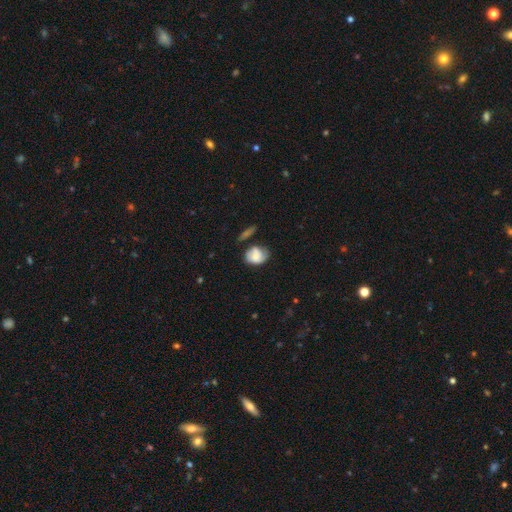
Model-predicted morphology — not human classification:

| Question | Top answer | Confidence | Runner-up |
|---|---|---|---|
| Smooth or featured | smooth | 61% | featured or disk (30%) |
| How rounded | in between | 56% | round (42%) |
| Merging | none | 47% | minor disturbance (31%) |